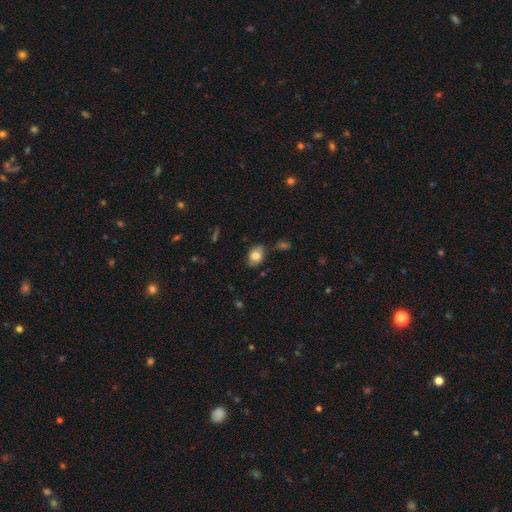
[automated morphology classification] A smooth galaxy with no disk features (78%) that is in between round and cigar-shaped (74%). Merging: none (68%).